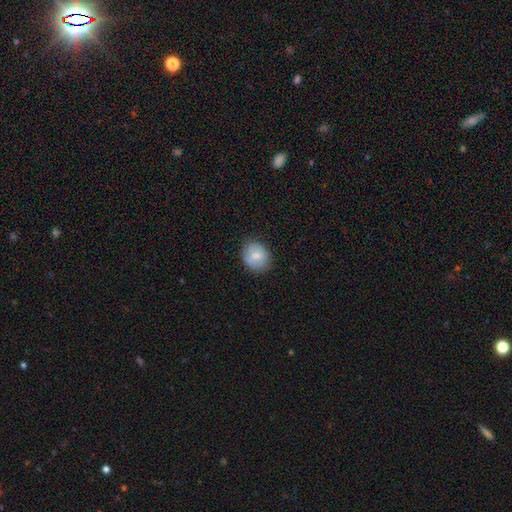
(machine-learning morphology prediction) The model was most divided on "how rounded": round: 68%, in between: 31%, cigar-shaped: 1%. More confident: merging — none (82%); smooth or featured — smooth (77%).